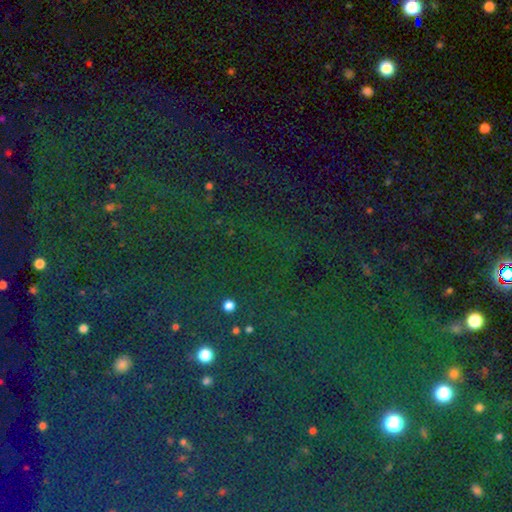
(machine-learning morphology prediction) smooth-or-featured: star or artifact: 82% | smooth: 10% | featured or disk: 8%